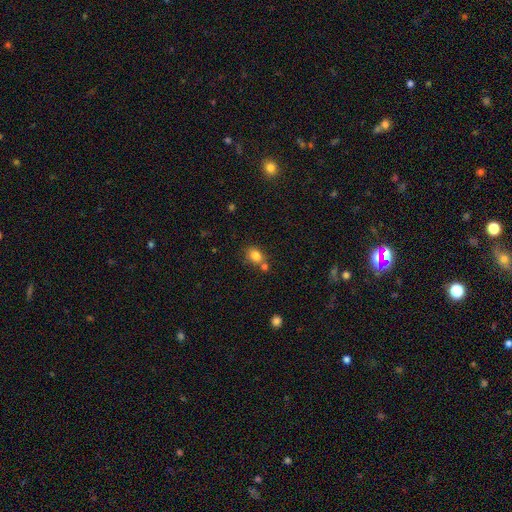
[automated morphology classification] Q: Smooth or featured?
A: smooth (81%); runner-up: star or artifact (11%)
Q: How rounded?
A: round (54%); runner-up: in between (45%)
Q: Merging?
A: none (58%); runner-up: merger (24%)